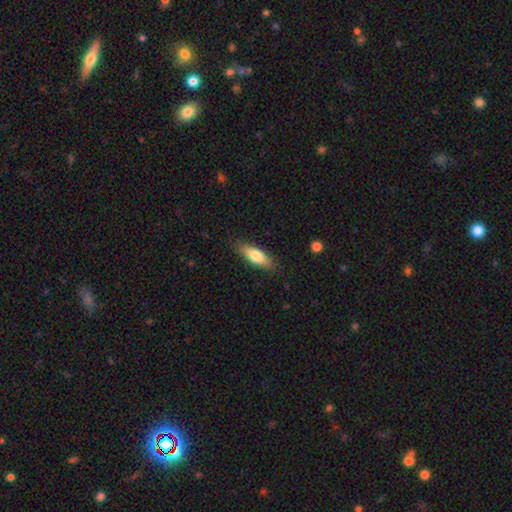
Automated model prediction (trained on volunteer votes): A smooth galaxy with no disk features (75%) that is in between round and cigar-shaped (59%). Merging: none (84%).